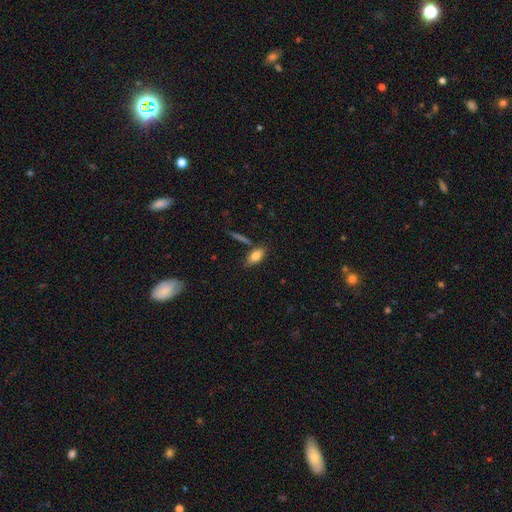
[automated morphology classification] A smooth galaxy with no disk features (80%) that is in between round and cigar-shaped (85%).

Vote fractions:
- Smooth or featured? smooth: 80% / featured or disk: 13% / star or artifact: 8%
- How rounded? in between: 85% / cigar-shaped: 10% / round: 5%
- Merging? none: 72% / minor disturbance: 15% / merger: 9% / major disturbance: 4%